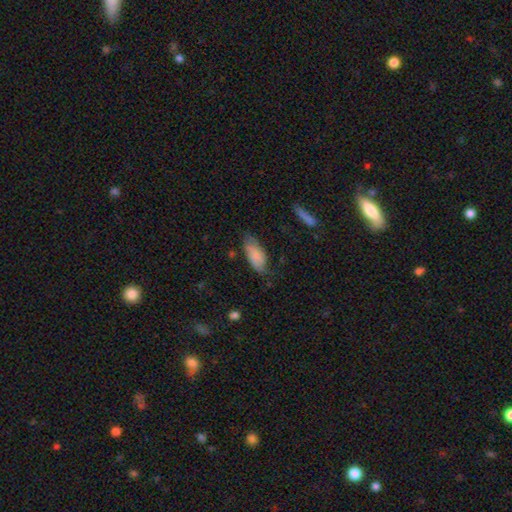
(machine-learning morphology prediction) A smooth galaxy with no disk features (76%) that is in between round and cigar-shaped (89%). Merging: none (55%).